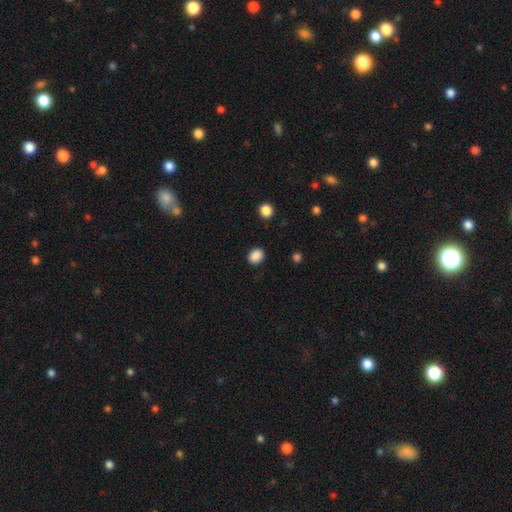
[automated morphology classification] smooth_or_featured: smooth (p=0.88) [alt: star or artifact p=0.09]
how_rounded: round (p=0.53) [alt: in between p=0.46]
merging: none (p=0.89) [alt: minor disturbance p=0.08]